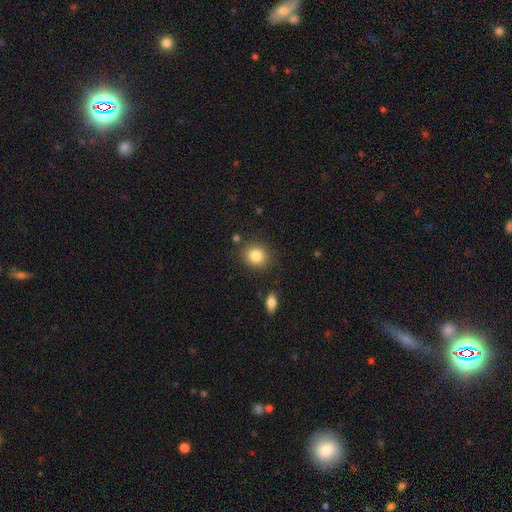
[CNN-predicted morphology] smooth-or-featured: smooth: 84% | star or artifact: 9% | featured or disk: 7%
  how-rounded: round: 73% | in between: 26% | cigar-shaped: 1%
  merging: none: 85% | minor disturbance: 9% | merger: 3% | major disturbance: 3%